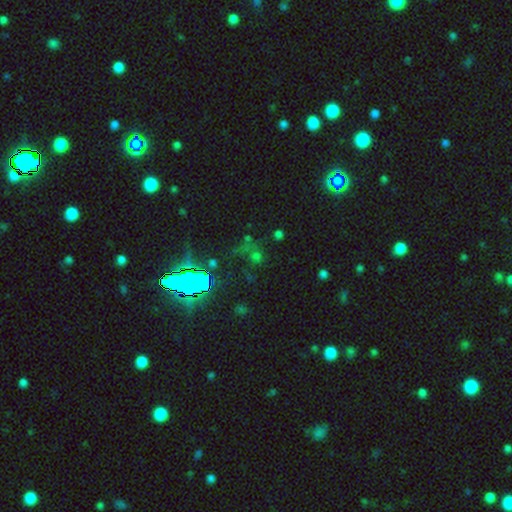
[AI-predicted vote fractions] Smooth or featured? Predicted: star or artifact (p=0.50).